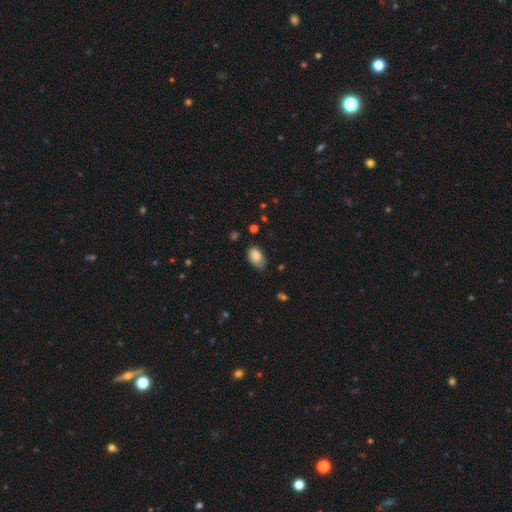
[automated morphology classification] Smooth or featured?
  - smooth: 85% *
  - star or artifact: 8%
  - featured or disk: 7%
How rounded?
  - in between: 90% *
  - round: 9%
  - cigar-shaped: 1%
Merging?
  - none: 60% *
  - minor disturbance: 32%
  - major disturbance: 7%
  - merger: 2%